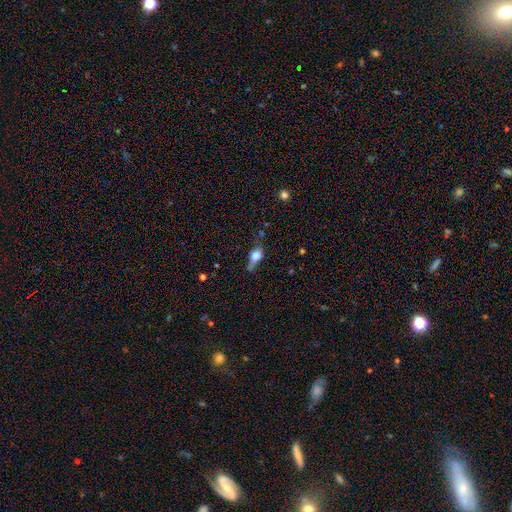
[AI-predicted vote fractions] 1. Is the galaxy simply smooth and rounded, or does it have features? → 65% smooth, 24% featured or disk, 11% star or artifact.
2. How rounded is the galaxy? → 61% in between, 25% round, 14% cigar-shaped.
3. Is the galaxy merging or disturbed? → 34% none, 33% minor disturbance, 26% major disturbance, 8% merger.